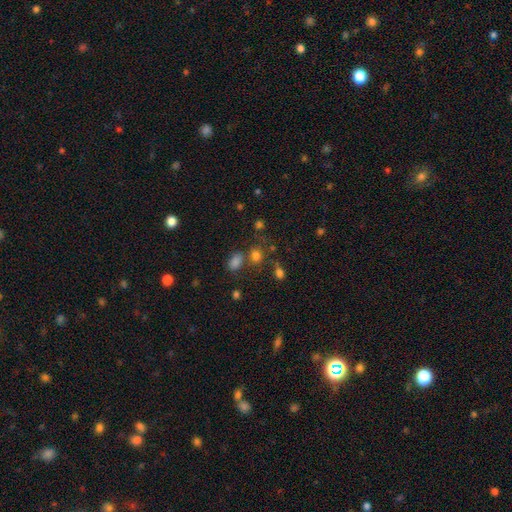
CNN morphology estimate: Smooth or featured?
  - smooth: 73% *
  - star or artifact: 20%
  - featured or disk: 7%
How rounded?
  - round: 57% *
  - in between: 41%
  - cigar-shaped: 1%
Merging?
  - none: 61% *
  - merger: 20%
  - minor disturbance: 13%
  - major disturbance: 7%